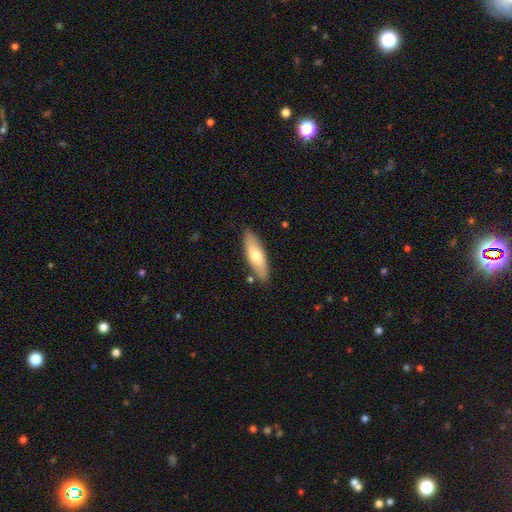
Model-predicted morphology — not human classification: A smooth galaxy with no disk features (64%) that is in between round and cigar-shaped (54%).

Vote fractions:
- Smooth or featured? smooth: 64% / featured or disk: 30% / star or artifact: 6%
- How rounded? in between: 54% / cigar-shaped: 44% / round: 2%
- Merging? none: 84% / minor disturbance: 11% / merger: 3% / major disturbance: 2%